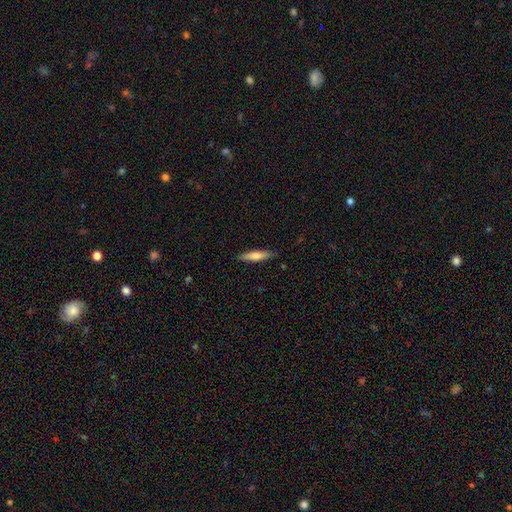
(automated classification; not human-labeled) smooth 66%, featured or disk 28%, star or artifact 6%. Down the decision tree: how rounded — cigar-shaped (81%); merging — none (86%).